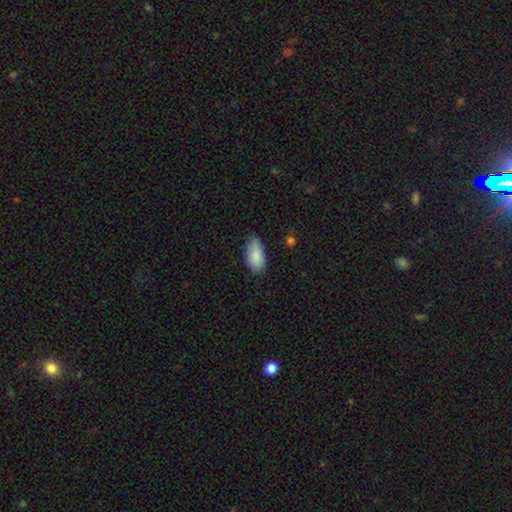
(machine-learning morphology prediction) type=smooth (87%); roundness=in between (92%); merging=none (68%).